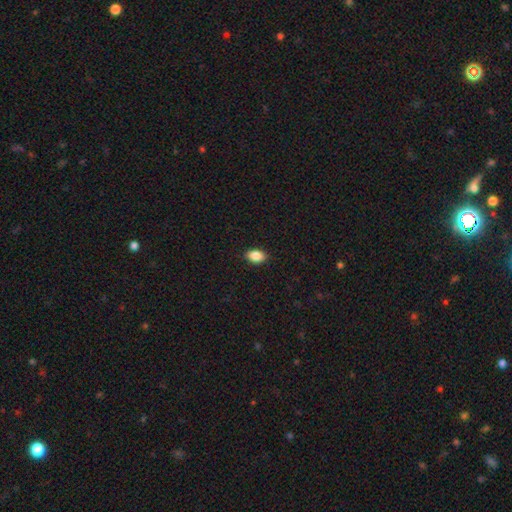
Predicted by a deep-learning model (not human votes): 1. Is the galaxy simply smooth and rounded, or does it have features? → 88% smooth, 8% star or artifact, 5% featured or disk.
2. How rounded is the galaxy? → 86% in between, 13% round, 2% cigar-shaped.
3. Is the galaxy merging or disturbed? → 89% none, 9% minor disturbance, 2% major disturbance, 1% merger.